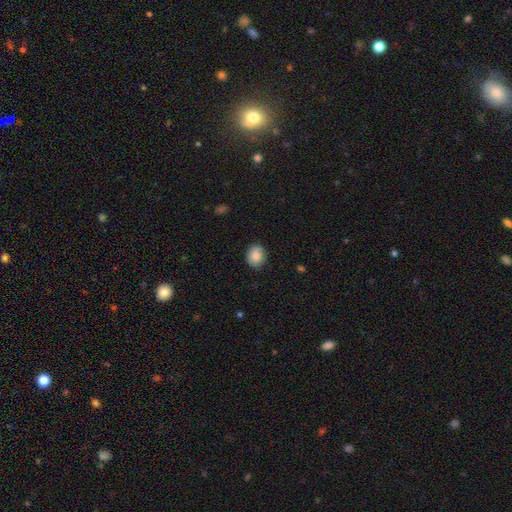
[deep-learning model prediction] Morphology: type=smooth (84%); roundness=round (58%); merging=none (80%).